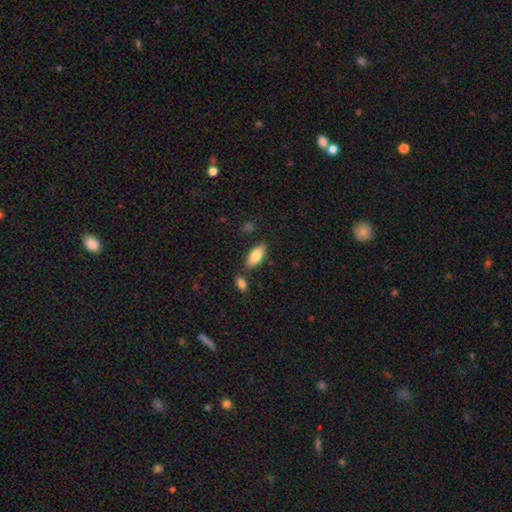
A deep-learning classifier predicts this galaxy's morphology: type=smooth (78%); roundness=in between (82%); merging=none (79%).